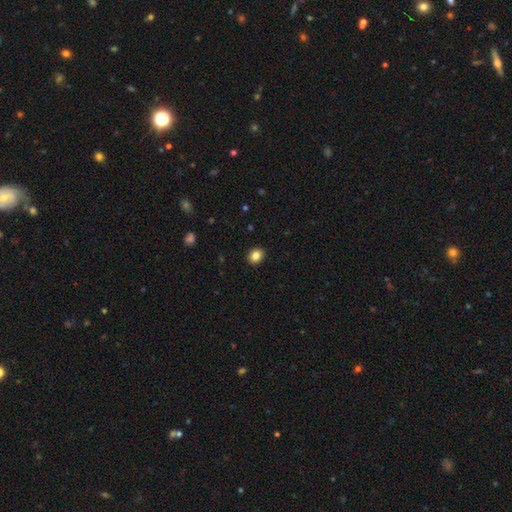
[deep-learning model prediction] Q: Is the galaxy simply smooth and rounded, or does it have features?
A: smooth — 85%.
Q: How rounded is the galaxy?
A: round — 56%.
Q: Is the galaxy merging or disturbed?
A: none — 91%.